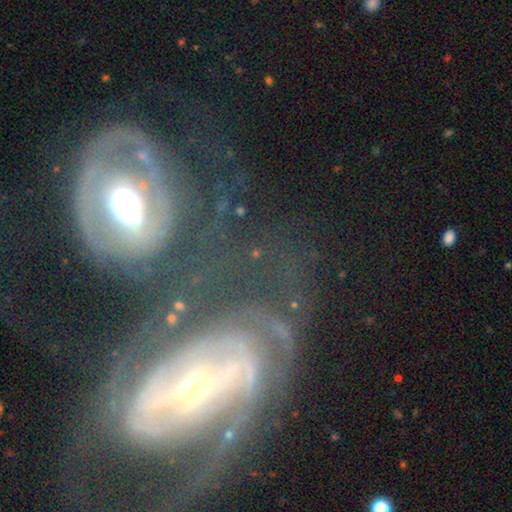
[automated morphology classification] The model was most divided on "spiral arm count": can't tell: 34%, 2: 32%, 3: 14%, 4: 7%, 1: 7%, more than 4: 6%. Remaining: edge-on disk — no (92%); spiral arms — yes (78%); smooth or featured — featured or disk (75%); spiral winding — tight (56%); bulge size — moderate (49%); bar — no (41%); merging — none (37%).